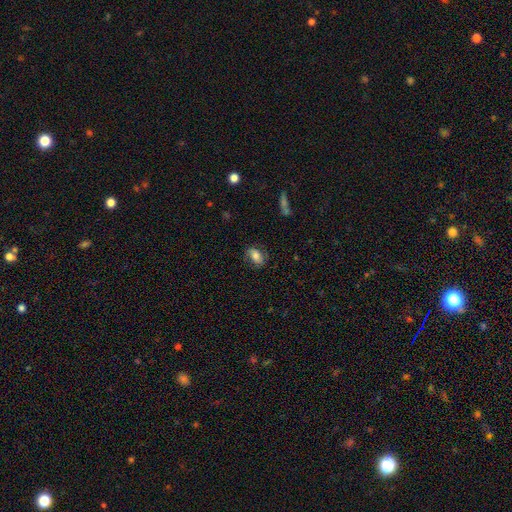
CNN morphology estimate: Q: Smooth or featured?
A: smooth (60%); runner-up: featured or disk (32%)
Q: How rounded?
A: in between (84%); runner-up: round (13%)
Q: Merging?
A: none (71%); runner-up: minor disturbance (19%)